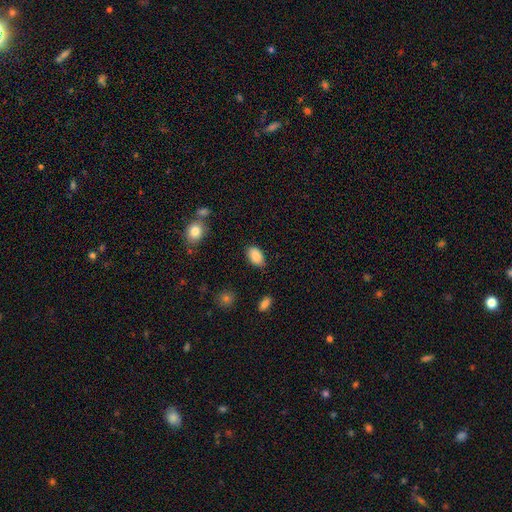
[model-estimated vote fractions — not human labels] Smooth or featured?
  - smooth: 86% *
  - star or artifact: 8%
  - featured or disk: 6%
How rounded?
  - in between: 91% *
  - round: 7%
  - cigar-shaped: 1%
Merging?
  - none: 84% *
  - minor disturbance: 12%
  - major disturbance: 3%
  - merger: 2%